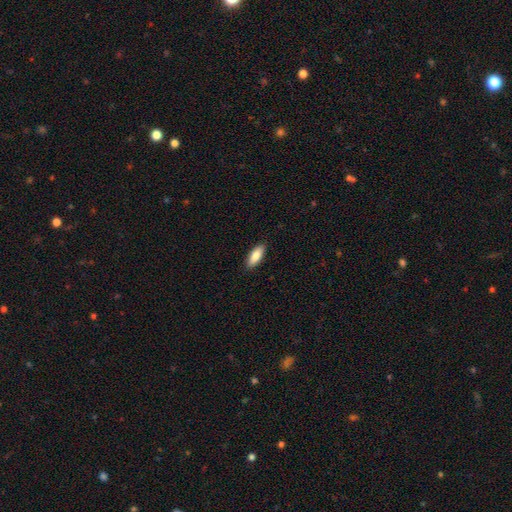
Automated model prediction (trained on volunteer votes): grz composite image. It shows a smooth galaxy with no disk features (86%) that is in between round and cigar-shaped (73%). Merging: none (89%).